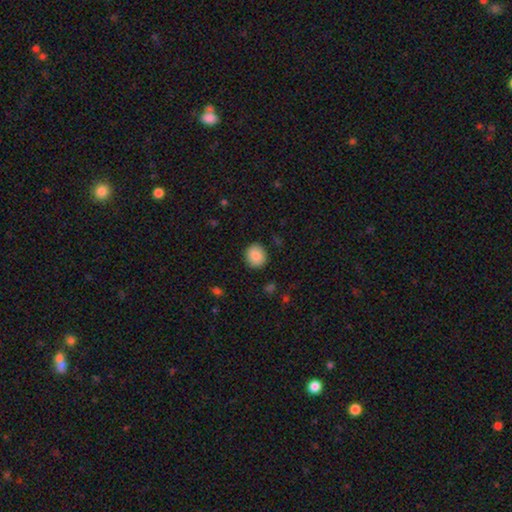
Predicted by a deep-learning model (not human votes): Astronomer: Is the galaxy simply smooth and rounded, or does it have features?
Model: smooth — 88%.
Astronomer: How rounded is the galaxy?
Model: round — 80%.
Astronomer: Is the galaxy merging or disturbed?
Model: none — 89%.